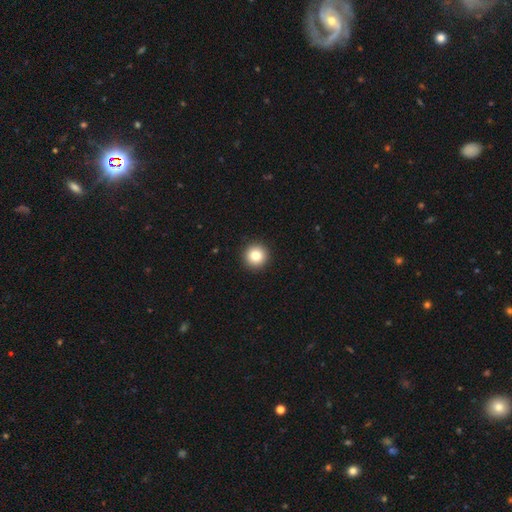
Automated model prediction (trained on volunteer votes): A smooth galaxy with no disk features (83%) that is round (96%).

Vote fractions:
- Smooth or featured? smooth: 83% / star or artifact: 10% / featured or disk: 7%
- How rounded? round: 96% / in between: 3% / cigar-shaped: 1%
- Merging? none: 94% / minor disturbance: 4% / major disturbance: 1% / merger: 1%